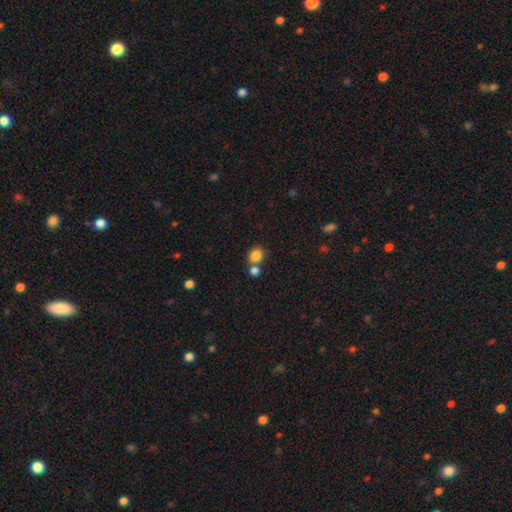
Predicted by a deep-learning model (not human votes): smooth-or-featured: smooth: 84% | star or artifact: 10% | featured or disk: 5%
  how-rounded: round: 57% | in between: 42% | cigar-shaped: 1%
  merging: none: 54% | merger: 33% | minor disturbance: 9% | major disturbance: 4%